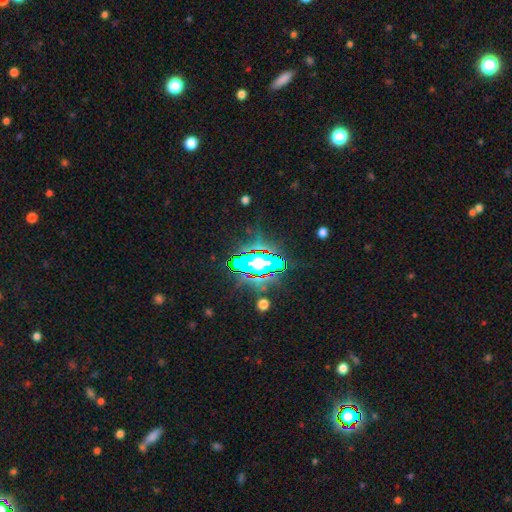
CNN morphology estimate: The model was most divided on "smooth or featured": star or artifact: 72%, featured or disk: 14%, smooth: 14%.